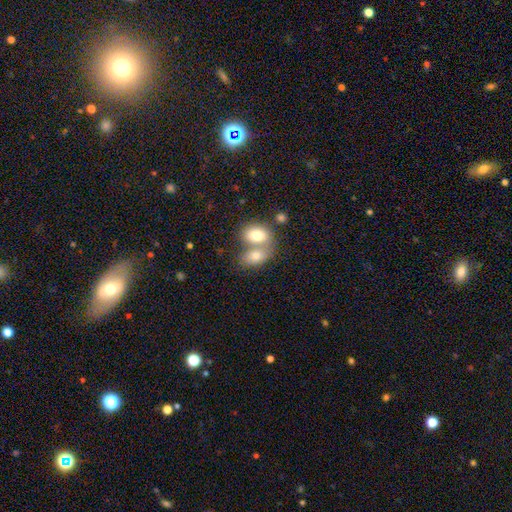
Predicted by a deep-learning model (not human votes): smooth_or_featured: smooth (p=0.78) [alt: featured or disk p=0.15]
how_rounded: in between (p=0.80) [alt: round p=0.18]
merging: merger (p=0.64) [alt: none p=0.26]